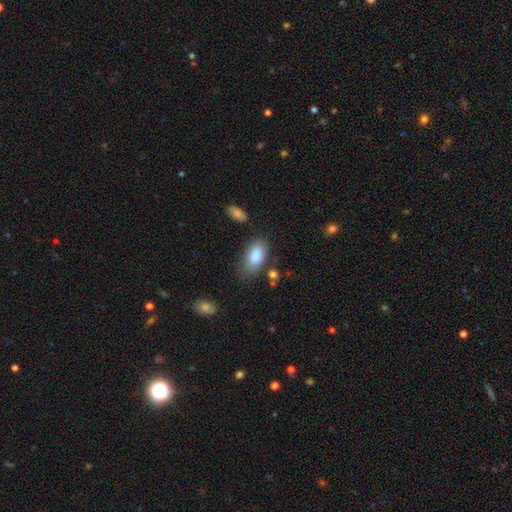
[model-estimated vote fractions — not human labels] Smooth or featured? Predicted: smooth (p=0.85). How rounded? Predicted: in between (p=0.92). Merging? Predicted: none (p=0.67).